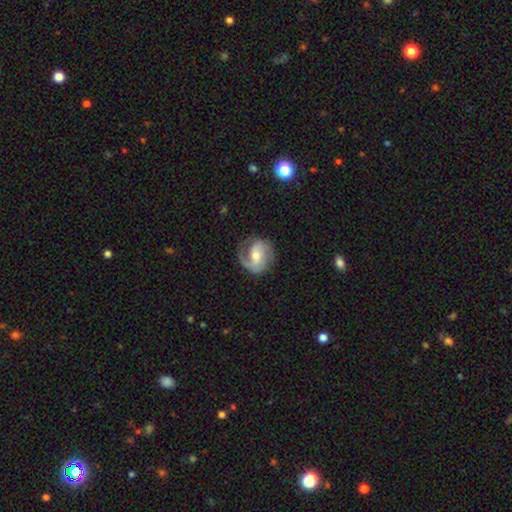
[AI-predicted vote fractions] Smooth or featured? featured or disk (81%)
Edge-on disk? no (98%)
Bar? weak (43%)
Spiral arms? yes (95%)
Spiral winding? medium (48%)
Spiral arm count? 2 (77%)
Bulge size? moderate (58%)
Merging? none (74%)